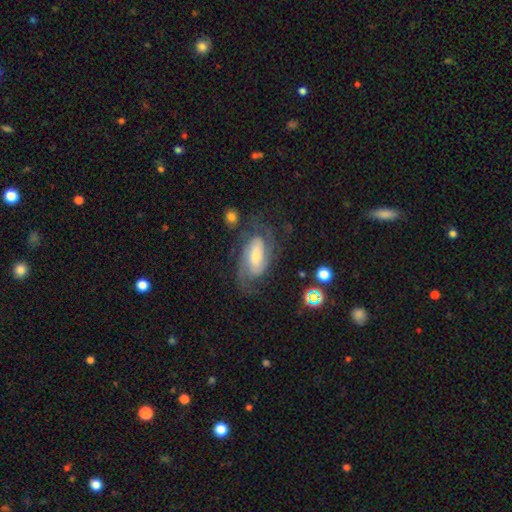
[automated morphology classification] Q: Smooth or featured?
A: featured or disk (78%); runner-up: smooth (15%)
Q: Edge-on disk?
A: no (95%); runner-up: yes (5%)
Q: Bar?
A: weak (42%); runner-up: no (35%)
Q: Spiral arms?
A: yes (93%); runner-up: no (7%)
Q: Spiral winding?
A: medium (46%); runner-up: tight (36%)
Q: Spiral arm count?
A: 2 (66%); runner-up: can't tell (16%)
Q: Bulge size?
A: moderate (43%); runner-up: small (41%)
Q: Merging?
A: none (63%); runner-up: minor disturbance (18%)